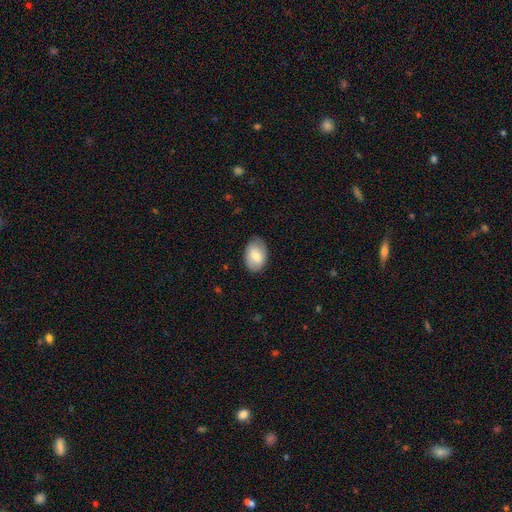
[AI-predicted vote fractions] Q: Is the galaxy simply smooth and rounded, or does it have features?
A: smooth — 71%.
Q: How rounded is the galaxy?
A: in between — 87%.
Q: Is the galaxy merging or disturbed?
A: none — 80%.